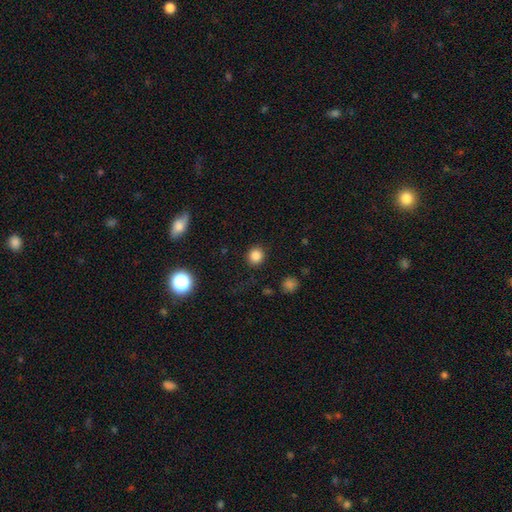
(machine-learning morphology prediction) Q: Smooth or featured?
A: smooth (84%); runner-up: star or artifact (12%)
Q: How rounded?
A: round (87%); runner-up: in between (12%)
Q: Merging?
A: none (89%); runner-up: minor disturbance (7%)